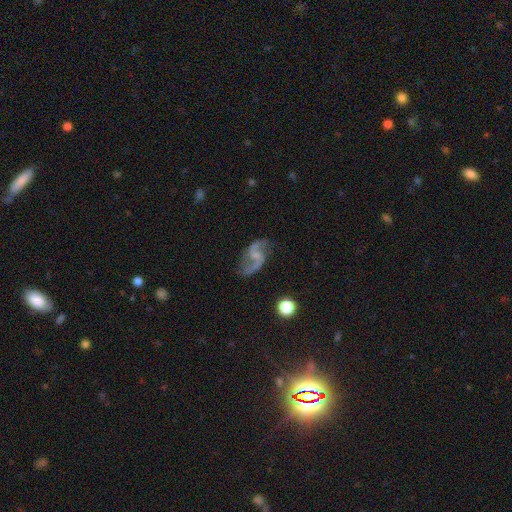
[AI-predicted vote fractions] Smooth or featured? featured or disk (89%)
Edge-on disk? no (98%)
Bar? weak (49%)
Spiral arms? yes (96%)
Spiral winding? loose (74%)
Spiral arm count? 2 (93%)
Bulge size? small (44%)
Merging? none (75%)